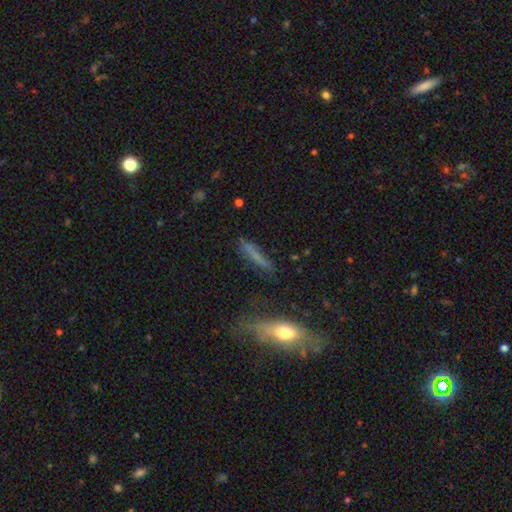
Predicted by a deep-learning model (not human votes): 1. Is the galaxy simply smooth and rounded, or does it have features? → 63% smooth, 27% featured or disk, 11% star or artifact.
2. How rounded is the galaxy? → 87% cigar-shaped, 10% in between, 3% round.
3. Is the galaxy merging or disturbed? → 73% none, 18% minor disturbance, 6% major disturbance, 4% merger.